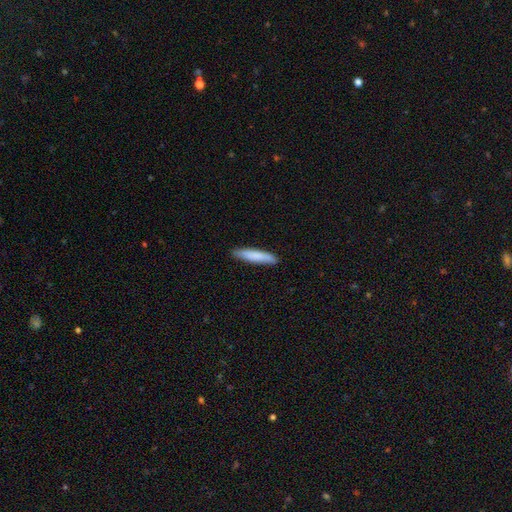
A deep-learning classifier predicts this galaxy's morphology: smooth_or_featured: smooth (p=0.82) [alt: featured or disk p=0.13]
how_rounded: cigar-shaped (p=0.88) [alt: in between p=0.10]
merging: none (p=0.88) [alt: minor disturbance p=0.10]